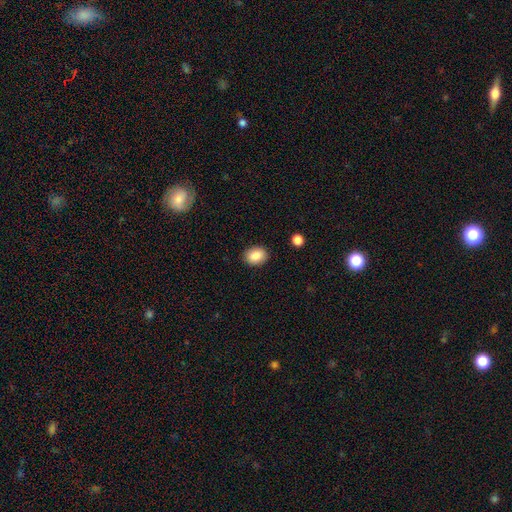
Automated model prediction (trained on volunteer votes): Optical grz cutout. It shows a smooth galaxy with no disk features (87%) that is in between round and cigar-shaped (60%). Merging: none (89%).